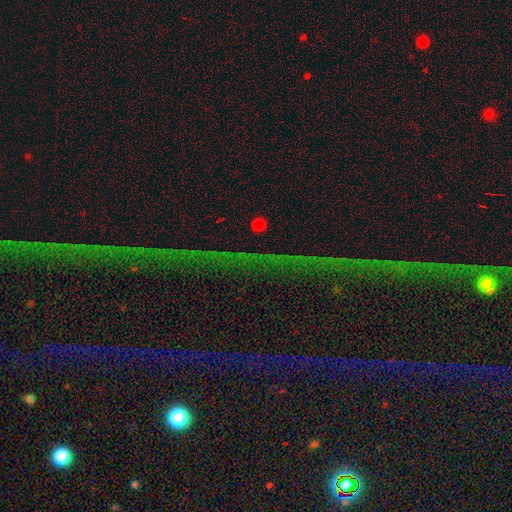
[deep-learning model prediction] This appears to be a star or artifact, not a galaxy (69%).